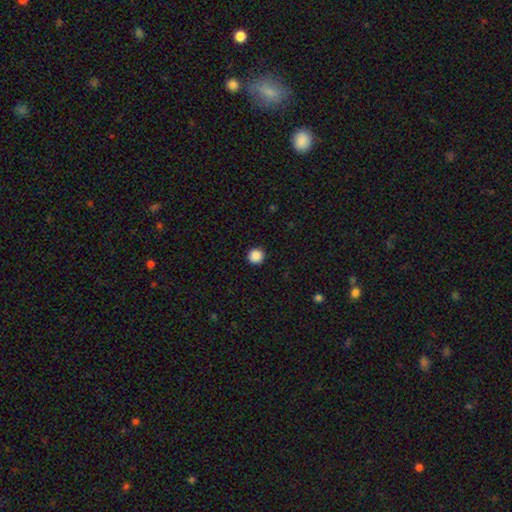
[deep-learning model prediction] This is clearly a smooth galaxy (88%). How rounded: clearly round (96%). Merging: clearly none (93%).